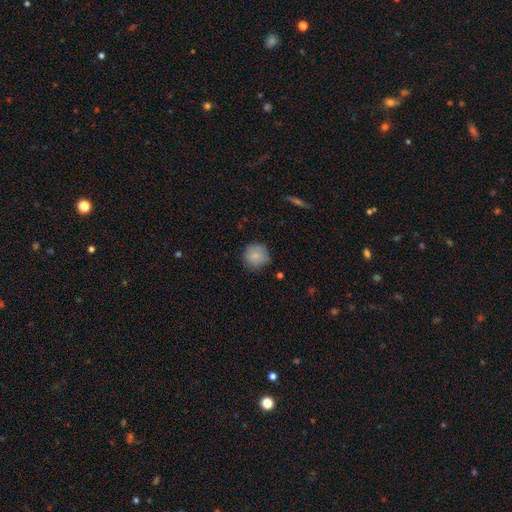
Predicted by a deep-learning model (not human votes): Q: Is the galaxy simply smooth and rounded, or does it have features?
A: smooth — 83%.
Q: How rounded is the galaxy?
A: round — 92%.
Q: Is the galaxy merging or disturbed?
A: none — 75%.